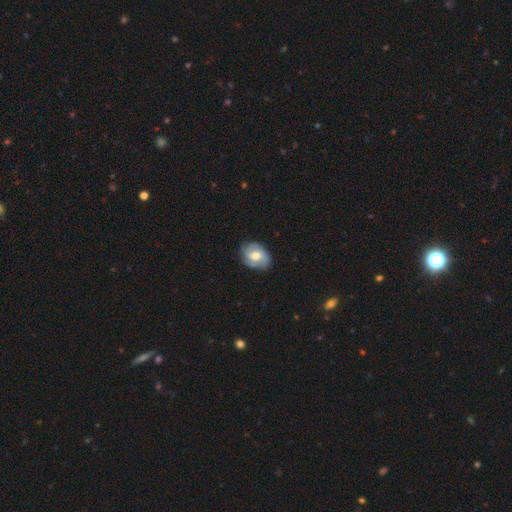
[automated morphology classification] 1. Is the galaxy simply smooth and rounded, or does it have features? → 47% smooth, 45% featured or disk, 7% star or artifact.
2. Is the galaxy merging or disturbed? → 72% none, 21% minor disturbance, 5% major disturbance, 1% merger.